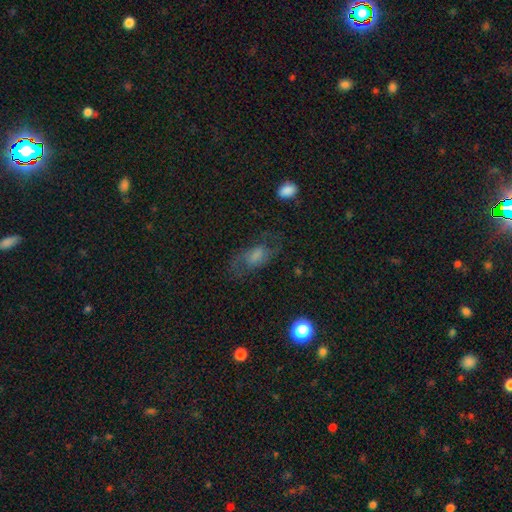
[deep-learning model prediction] This is possibly a featured or disk galaxy (50%). It is clearly not viewed edge-on (94%). Merging: possibly none (58%).